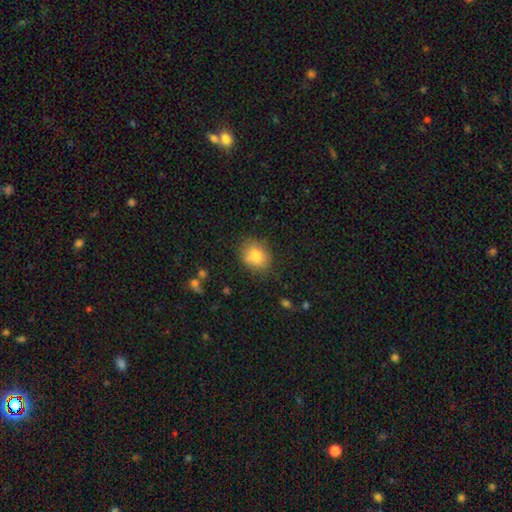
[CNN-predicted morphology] The model was most divided on "how rounded": round: 54%, in between: 45%, cigar-shaped: 1%. More confident: smooth or featured — smooth (79%); merging — none (76%).